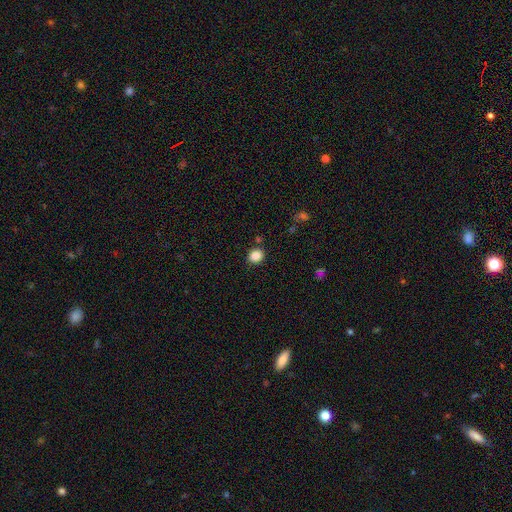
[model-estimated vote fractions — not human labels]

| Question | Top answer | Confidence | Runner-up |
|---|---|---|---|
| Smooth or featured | smooth | 86% | star or artifact (10%) |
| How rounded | round | 73% | in between (27%) |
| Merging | none | 85% | minor disturbance (9%) |